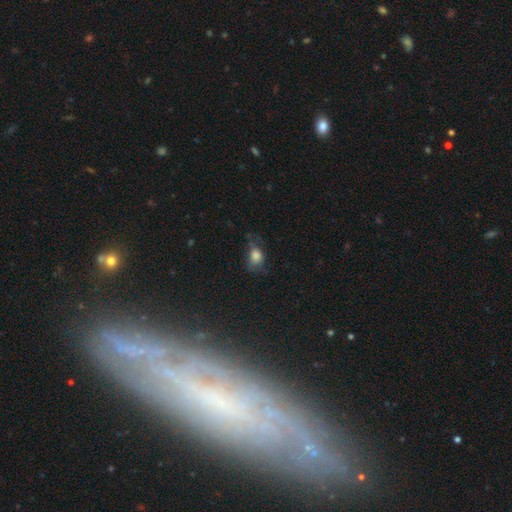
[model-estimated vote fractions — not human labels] The model was most divided on "merging": none: 38%, major disturbance: 30%, minor disturbance: 29%, merger: 2%. More confident: smooth or featured — smooth (72%); how rounded — in between (67%).